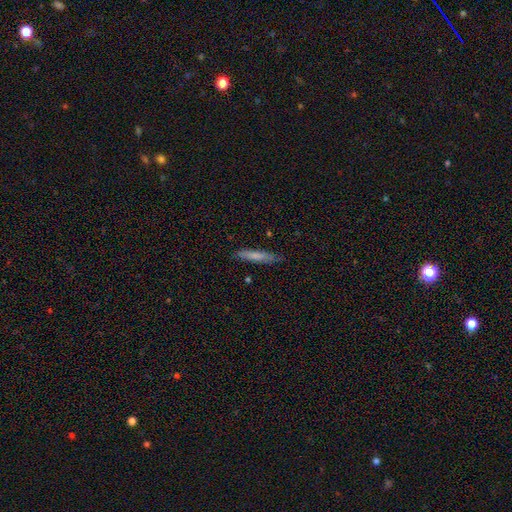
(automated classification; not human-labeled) smooth 73%, featured or disk 21%, star or artifact 6%. Down the decision tree: how rounded — cigar-shaped (91%); merging — none (85%).